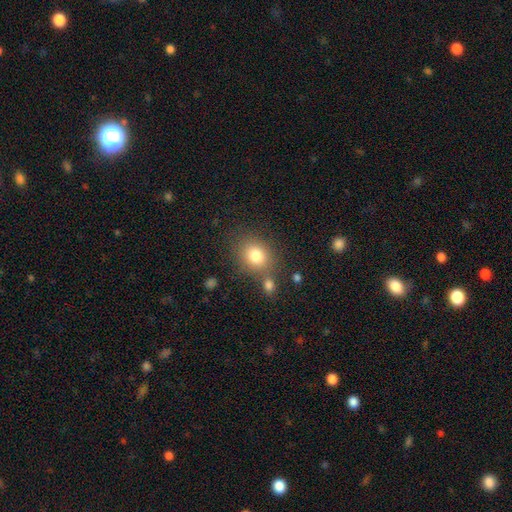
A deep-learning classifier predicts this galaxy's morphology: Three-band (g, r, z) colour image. It shows a smooth galaxy with no disk features (80%) that is round (65%). Merging: none (67%).